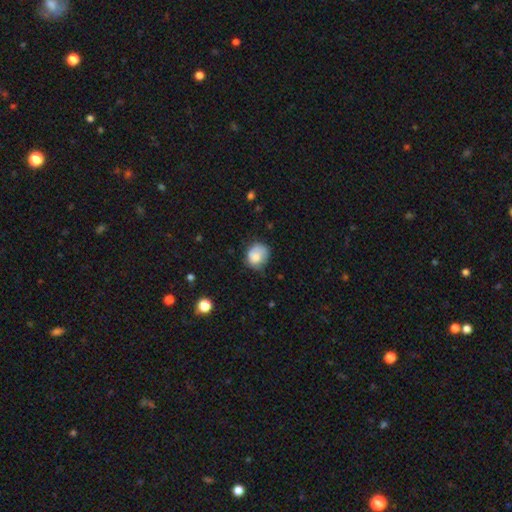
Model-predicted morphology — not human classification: Smooth or featured? smooth (78%)
How rounded? round (67%)
Merging? none (54%)